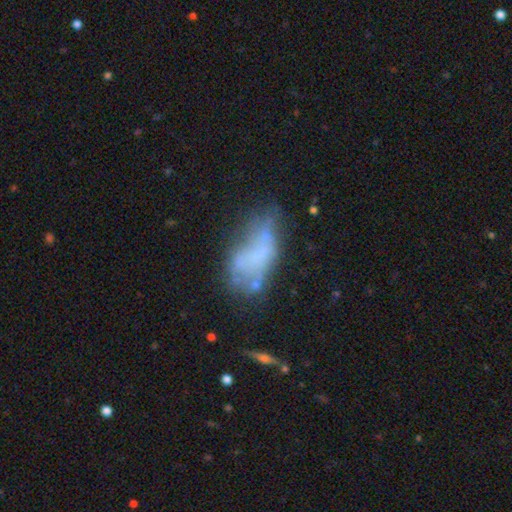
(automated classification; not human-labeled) Smooth or featured?
  - featured or disk: 46% *
  - smooth: 41%
  - star or artifact: 13%
Merging?
  - none: 29% *
  - major disturbance: 28%
  - minor disturbance: 27%
  - merger: 16%